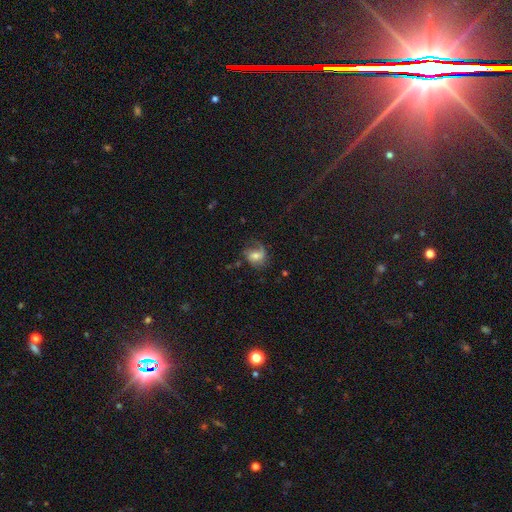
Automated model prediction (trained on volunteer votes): This is possibly a featured or disk galaxy (56%). It is clearly not viewed edge-on (97%). Bar: possibly no (51%). Spiral arm pattern: clearly yes (86%). Central bulge: possibly moderate (55%). Merging: possibly none (54%).